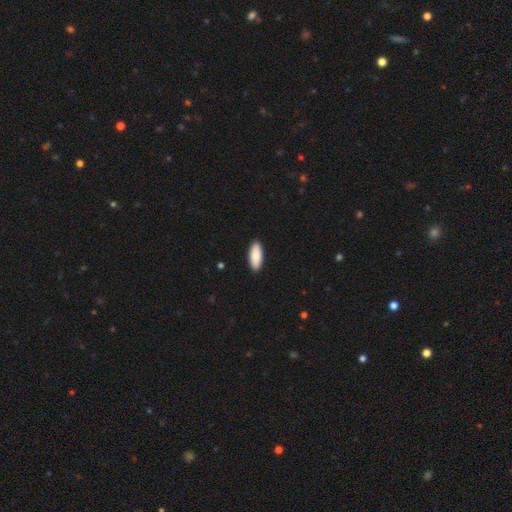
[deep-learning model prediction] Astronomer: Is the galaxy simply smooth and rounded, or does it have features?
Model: smooth — 87%.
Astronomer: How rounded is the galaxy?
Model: in between — 78%.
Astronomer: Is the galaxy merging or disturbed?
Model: none — 91%.